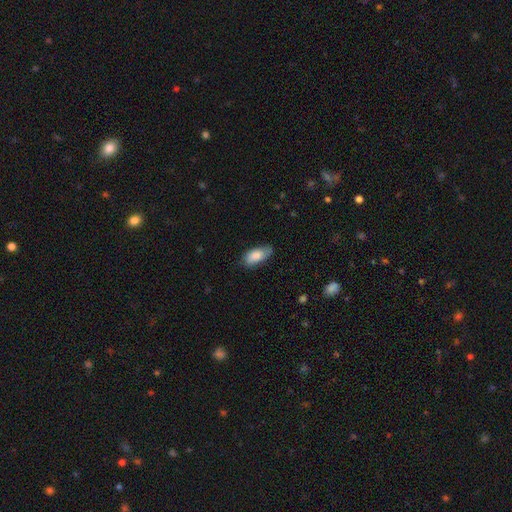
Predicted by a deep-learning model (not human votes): This is clearly a smooth galaxy (83%). How rounded: clearly in between (88%). Merging: likely none (71%).